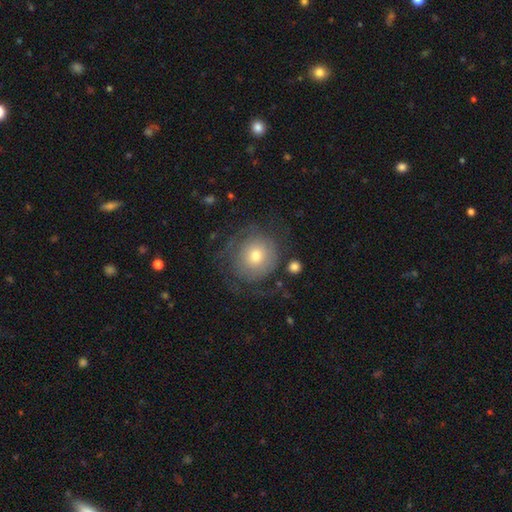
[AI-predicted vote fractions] smooth-or-featured: smooth: 48% | featured or disk: 43% | star or artifact: 10%
  merging: none: 63% | major disturbance: 18% | minor disturbance: 16% | merger: 2%